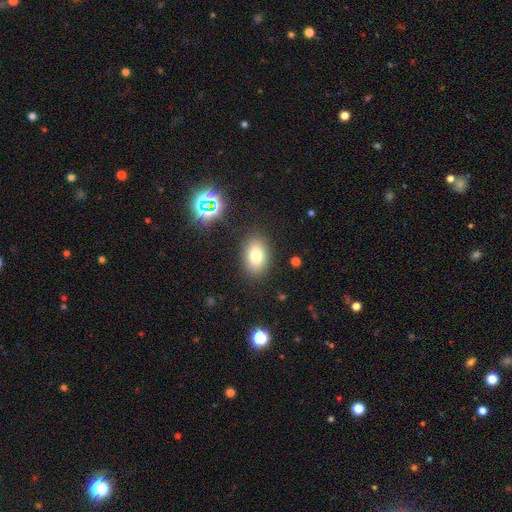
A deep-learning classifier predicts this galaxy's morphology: Smooth or featured?
  - smooth: 76% *
  - star or artifact: 13%
  - featured or disk: 11%
How rounded?
  - in between: 83% *
  - round: 16%
  - cigar-shaped: 2%
Merging?
  - none: 85% *
  - minor disturbance: 10%
  - major disturbance: 3%
  - merger: 2%